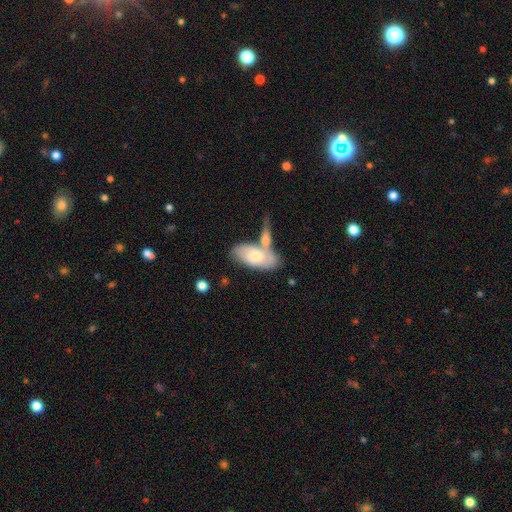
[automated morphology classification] This is likely a smooth galaxy (64%). How rounded: clearly in between (89%). Merging: marginally merger (45%).